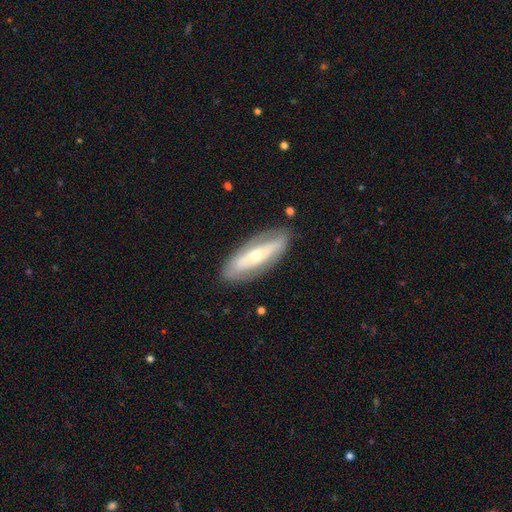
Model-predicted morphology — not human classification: This is likely a featured or disk galaxy (63%). It is likely not viewed edge-on (72%). Merging: clearly none (80%).